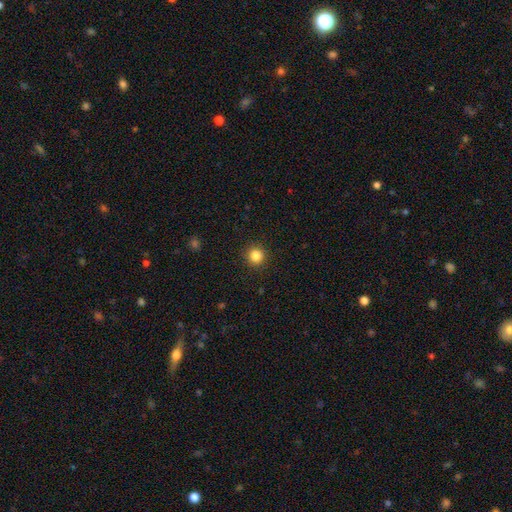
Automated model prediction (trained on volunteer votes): Overall: smooth (84%). How rounded: round (94%). Merging: none (92%).